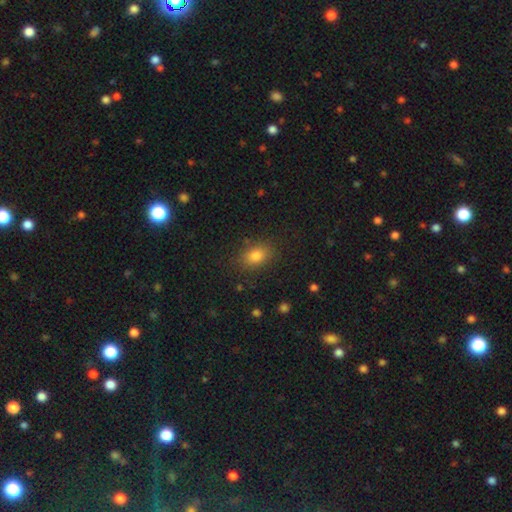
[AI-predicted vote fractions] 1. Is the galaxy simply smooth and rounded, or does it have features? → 81% smooth, 11% star or artifact, 8% featured or disk.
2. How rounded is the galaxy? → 75% in between, 23% round, 2% cigar-shaped.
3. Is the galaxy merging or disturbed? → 84% none, 11% minor disturbance, 3% major disturbance, 1% merger.